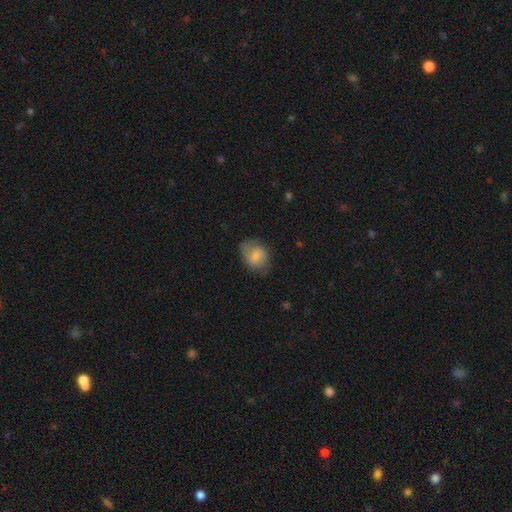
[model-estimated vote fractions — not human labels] Smooth or featured: smooth — 65% (featured or disk — 27%)
How rounded: in between — 57% (round — 42%)
Merging: none — 63% (minor disturbance — 26%)